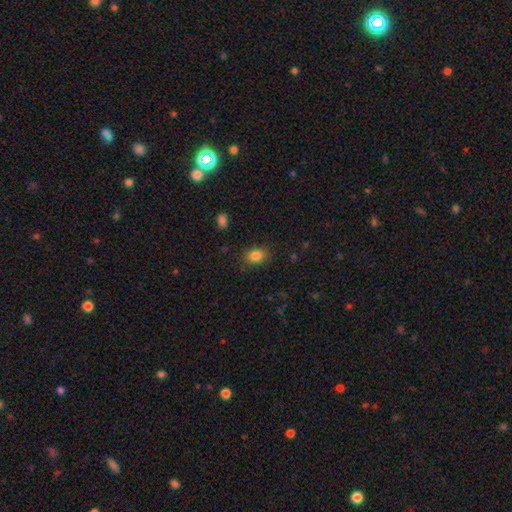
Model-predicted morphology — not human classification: smooth_or_featured: smooth (p=0.84) [alt: star or artifact p=0.10]
how_rounded: in between (p=0.74) [alt: round p=0.24]
merging: none (p=0.85) [alt: minor disturbance p=0.11]